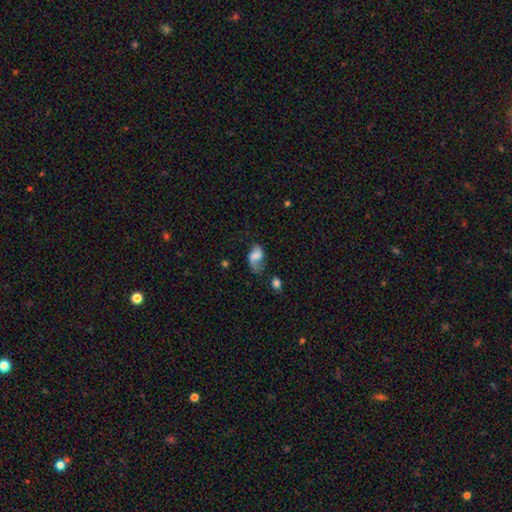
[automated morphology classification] smooth-or-featured: smooth: 54% | featured or disk: 36% | star or artifact: 10%
  how-rounded: in between: 85% | round: 13% | cigar-shaped: 2%
  merging: none: 35% | minor disturbance: 31% | major disturbance: 28% | merger: 6%